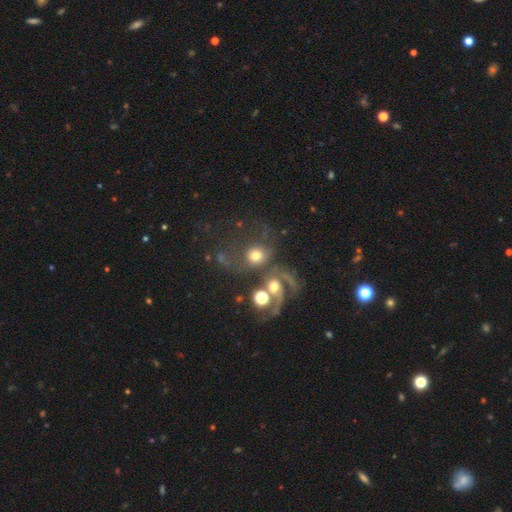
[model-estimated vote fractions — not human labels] A smooth galaxy with no disk features (59%) that is round (76%).

Vote fractions:
- Smooth or featured? smooth: 59% / featured or disk: 27% / star or artifact: 14%
- How rounded? round: 76% / in between: 23% / cigar-shaped: 1%
- Merging? merger: 35% / none: 32% / major disturbance: 21% / minor disturbance: 11%